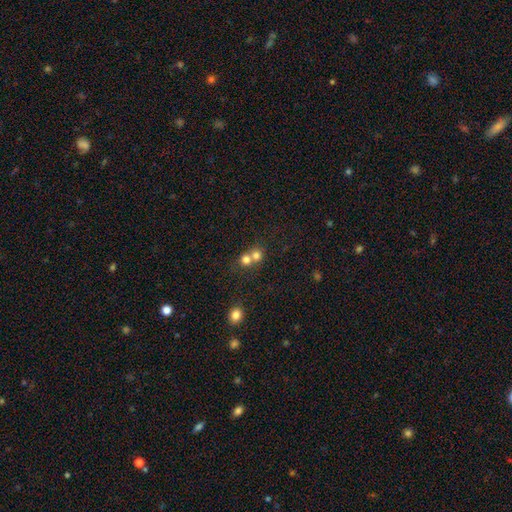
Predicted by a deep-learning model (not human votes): Overall: smooth (76%). How rounded: round (84%). Merging: merger (61%; none 33%).